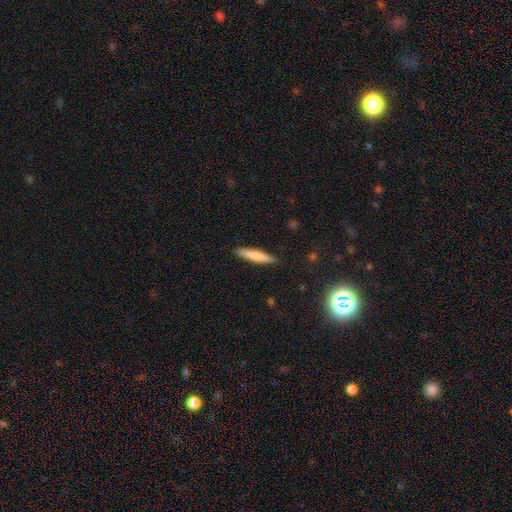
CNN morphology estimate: The model was most divided on "smooth or featured": smooth: 74%, featured or disk: 20%, star or artifact: 6%. More confident: how rounded — cigar-shaped (90%); merging — none (89%).